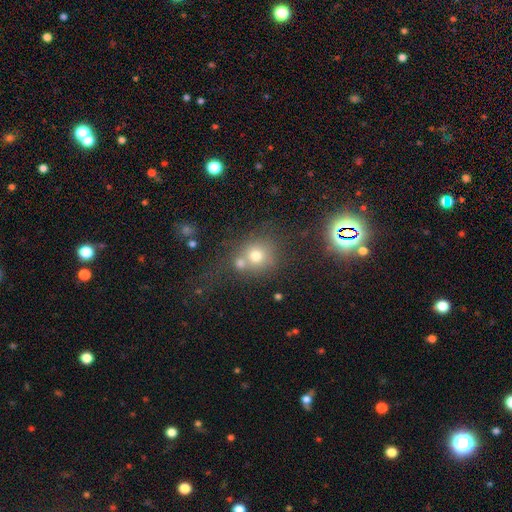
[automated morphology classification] The model was most divided on "merging": none: 46%, merger: 37%, minor disturbance: 11%, major disturbance: 6%. More confident: how rounded — round (84%); smooth or featured — smooth (71%).